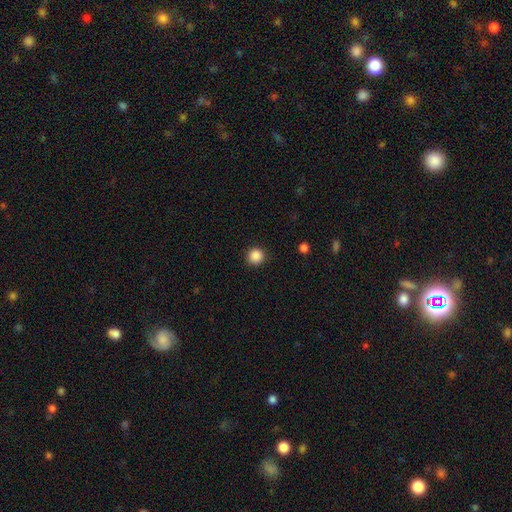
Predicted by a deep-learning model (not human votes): Smooth or featured?
  - smooth: 87% *
  - star or artifact: 10%
  - featured or disk: 3%
How rounded?
  - round: 93% *
  - in between: 6%
  - cigar-shaped: 1%
Merging?
  - none: 91% *
  - minor disturbance: 6%
  - major disturbance: 2%
  - merger: 1%